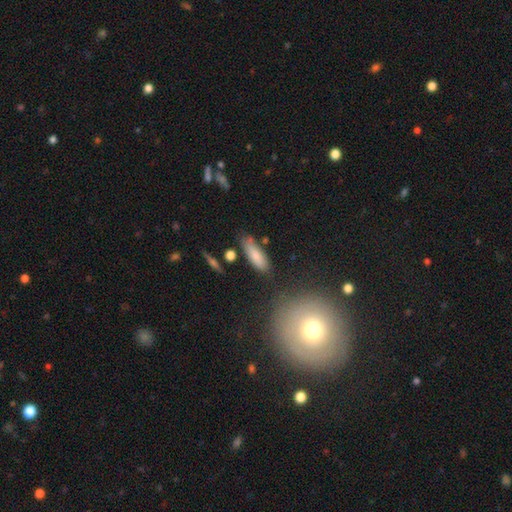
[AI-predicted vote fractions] This is clearly a smooth galaxy (80%). How rounded: likely in between (60%). Merging: likely none (70%).